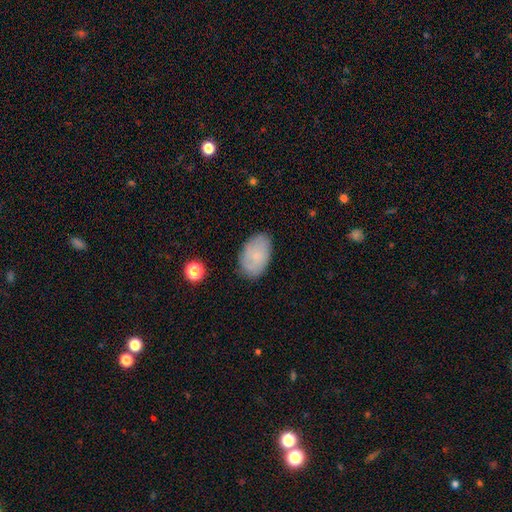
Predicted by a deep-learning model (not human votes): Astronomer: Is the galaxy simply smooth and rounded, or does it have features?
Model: smooth — 74%.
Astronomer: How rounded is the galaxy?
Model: in between — 91%.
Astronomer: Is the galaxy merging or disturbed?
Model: none — 82%.